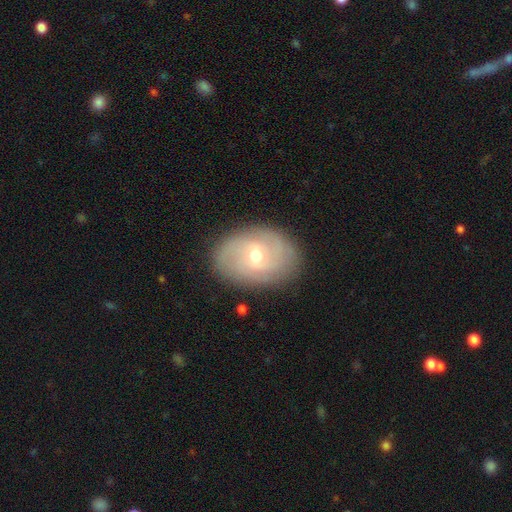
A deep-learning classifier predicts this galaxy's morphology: A featured or disk galaxy (64%) with a weak bar (45%, tied with no), spiral arms (78%) and a moderate central bulge (59%). Merging: none (84%).